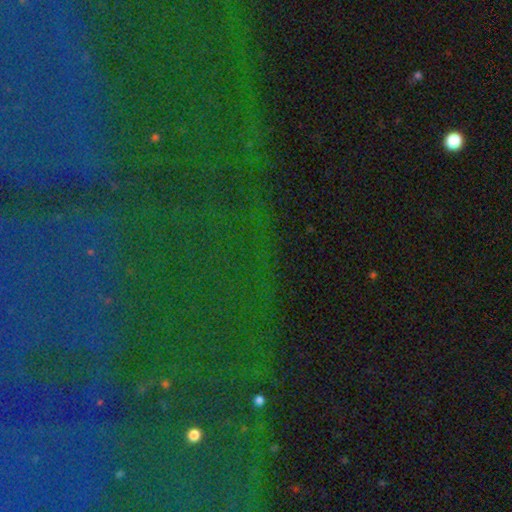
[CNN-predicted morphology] Smooth or featured? star or artifact (82%)